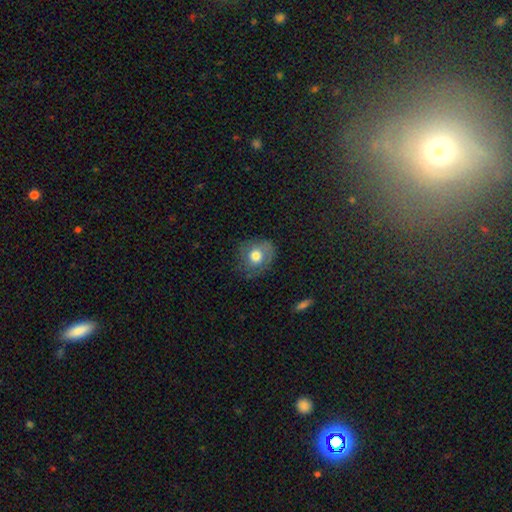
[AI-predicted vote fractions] Smooth or featured: smooth — 67% (featured or disk — 24%)
How rounded: round — 73% (in between — 26%)
Merging: none — 66% (minor disturbance — 23%)